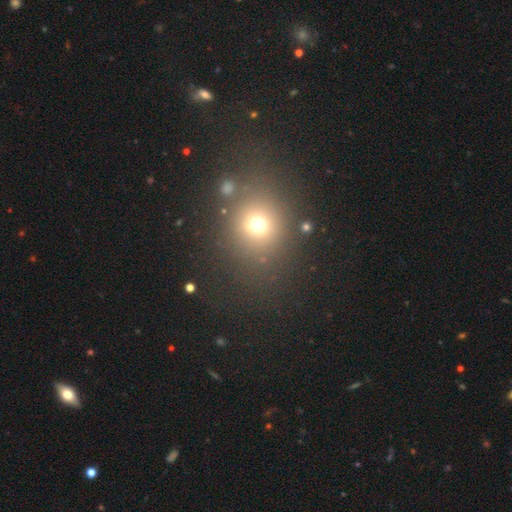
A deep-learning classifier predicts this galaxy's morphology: The model was most divided on "smooth or featured": smooth: 58%, star or artifact: 33%, featured or disk: 9%. More confident: merging — none (86%); how rounded — round (65%).